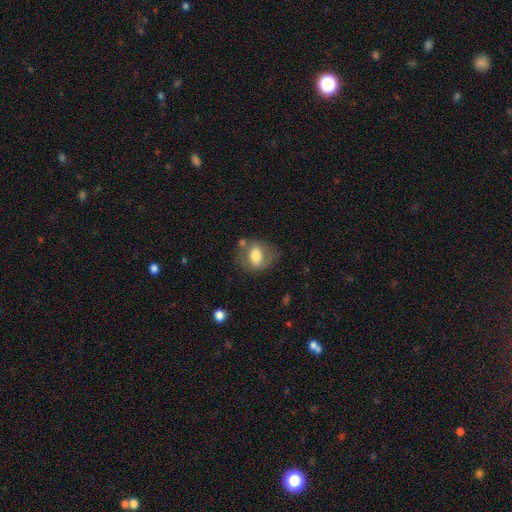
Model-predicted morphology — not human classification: A smooth galaxy with no disk features (63%) that is in between round and cigar-shaped (54%).

Vote fractions:
- Smooth or featured? smooth: 63% / featured or disk: 30% / star or artifact: 7%
- How rounded? in between: 54% / round: 44% / cigar-shaped: 2%
- Merging? none: 63% / minor disturbance: 20% / major disturbance: 10% / merger: 7%